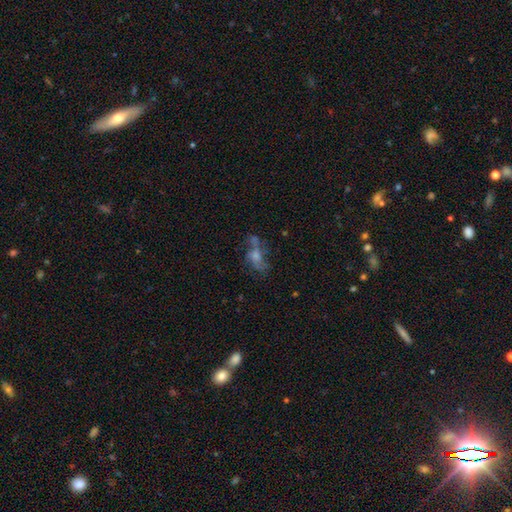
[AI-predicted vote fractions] Morphology: type=featured or disk (56%); edge-on=no (90%); bar=no (71%); spiral arms=yes (65%); bulge=moderate (42%); merging=none (49%).